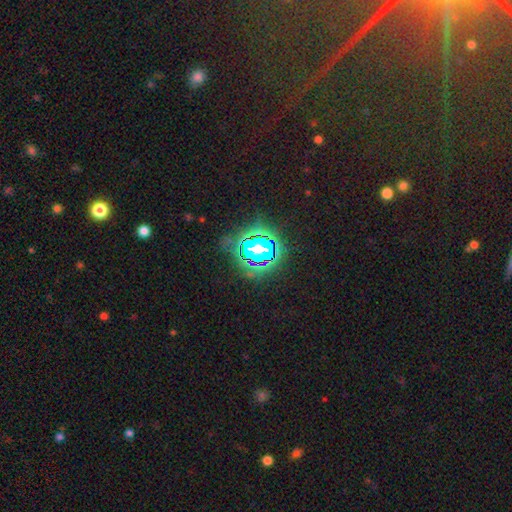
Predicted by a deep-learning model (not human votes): Smooth or featured?
  - star or artifact: 77% *
  - smooth: 14%
  - featured or disk: 8%